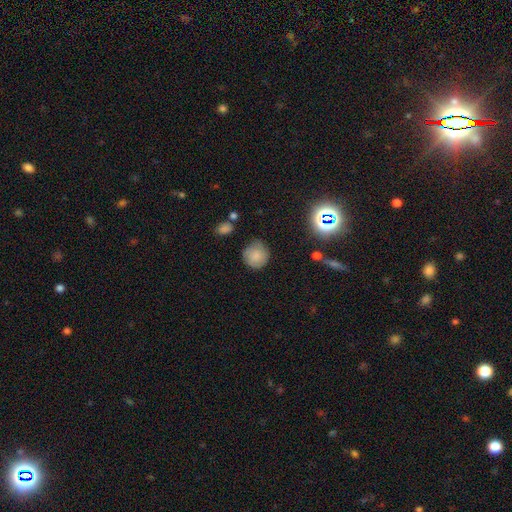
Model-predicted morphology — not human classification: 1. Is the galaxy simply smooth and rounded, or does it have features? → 80% smooth, 10% featured or disk, 10% star or artifact.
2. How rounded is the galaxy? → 90% round, 9% in between, 1% cigar-shaped.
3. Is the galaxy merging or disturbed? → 74% none, 20% minor disturbance, 4% major disturbance, 2% merger.